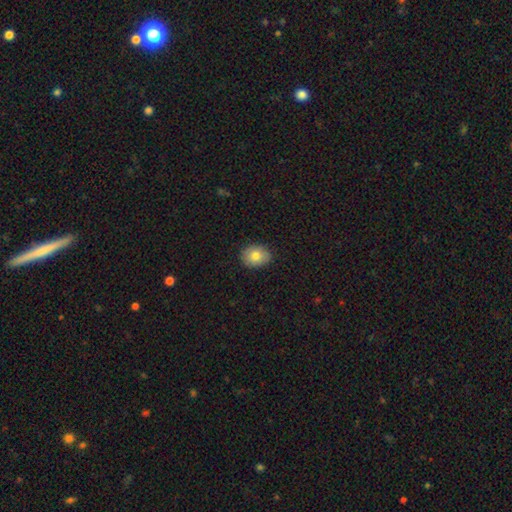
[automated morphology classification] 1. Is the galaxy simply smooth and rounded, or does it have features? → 80% smooth, 11% featured or disk, 9% star or artifact.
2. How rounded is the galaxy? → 52% round, 47% in between, 1% cigar-shaped.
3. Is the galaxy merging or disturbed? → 87% none, 10% minor disturbance, 2% major disturbance, 1% merger.